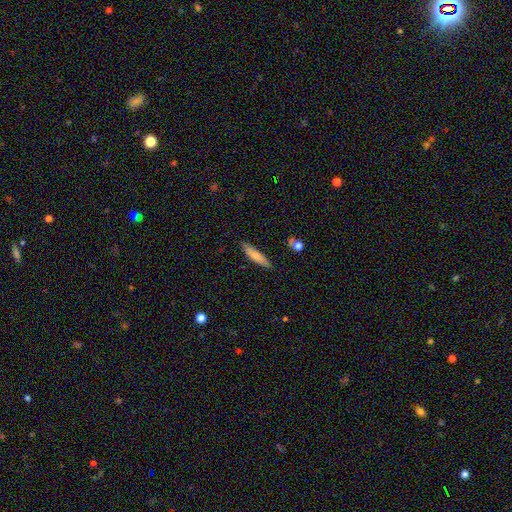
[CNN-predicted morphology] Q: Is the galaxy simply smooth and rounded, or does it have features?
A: smooth — 73%.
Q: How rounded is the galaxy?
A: cigar-shaped — 82%.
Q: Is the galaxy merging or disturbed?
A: none — 86%.